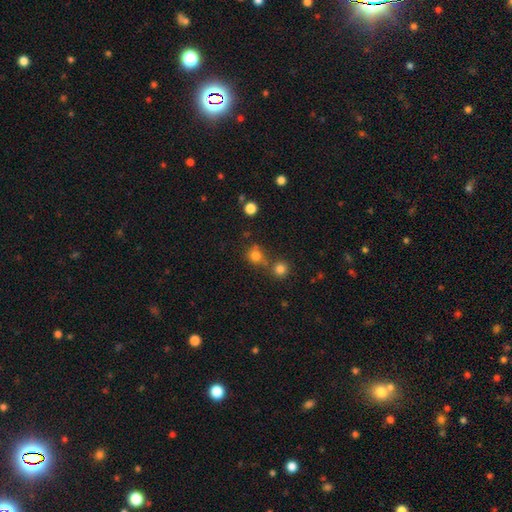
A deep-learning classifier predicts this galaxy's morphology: A smooth galaxy with no disk features (76%) that is round (85%).

Vote fractions:
- Smooth or featured? smooth: 76% / star or artifact: 16% / featured or disk: 7%
- How rounded? round: 85% / in between: 14% / cigar-shaped: 1%
- Merging? none: 61% / merger: 24% / minor disturbance: 10% / major disturbance: 4%